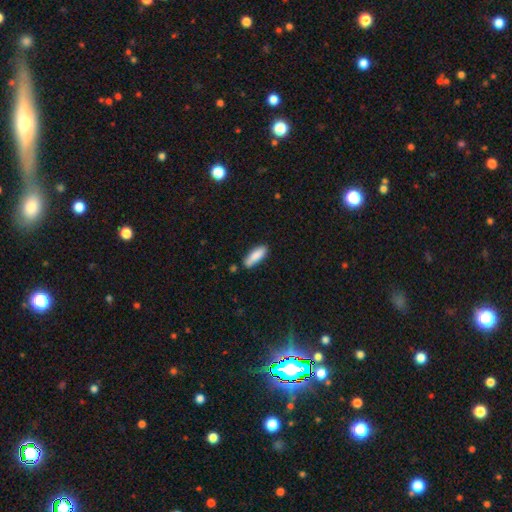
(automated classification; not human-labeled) smooth_or_featured: smooth (p=0.85) [alt: featured or disk p=0.09]
how_rounded: in between (p=0.60) [alt: cigar-shaped p=0.38]
merging: none (p=0.71) [alt: minor disturbance p=0.18]